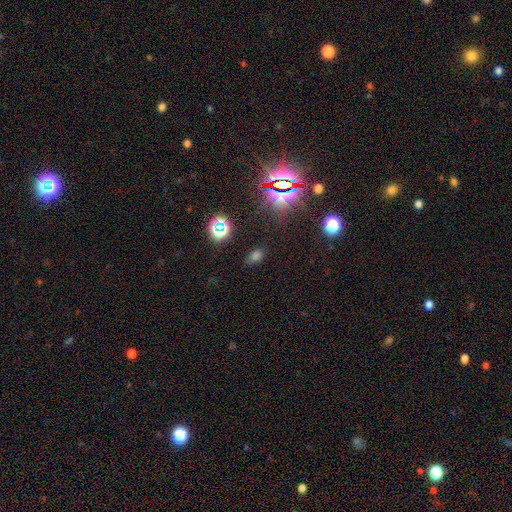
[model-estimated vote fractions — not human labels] A smooth galaxy with no disk features (56%) that is in between round and cigar-shaped (80%). Merging: none (82%).